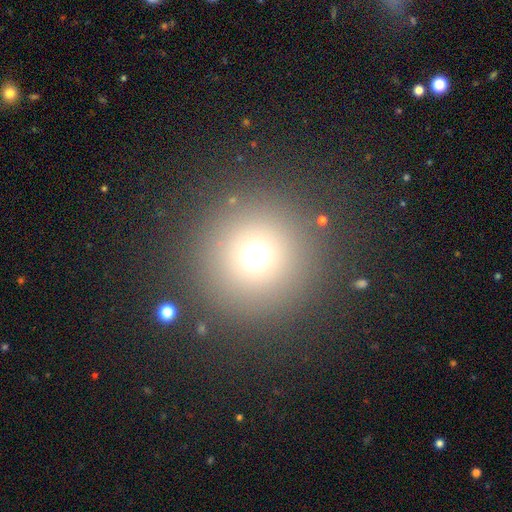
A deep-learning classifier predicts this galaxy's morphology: smooth 67%, star or artifact 24%, featured or disk 9%. Down the decision tree: how rounded — round (96%); merging — none (87%).